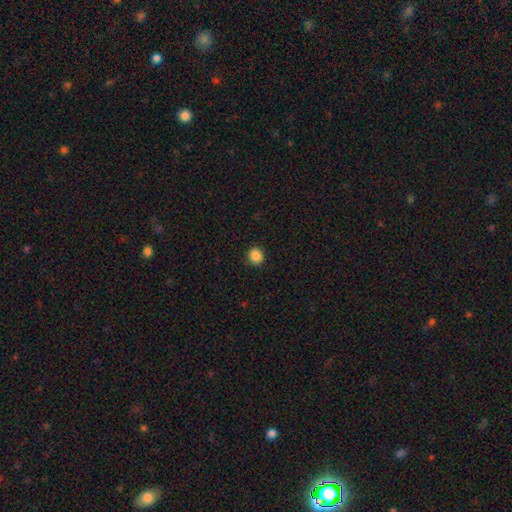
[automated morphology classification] A smooth galaxy with no disk features (87%) that is round (86%). Merging: none (91%).